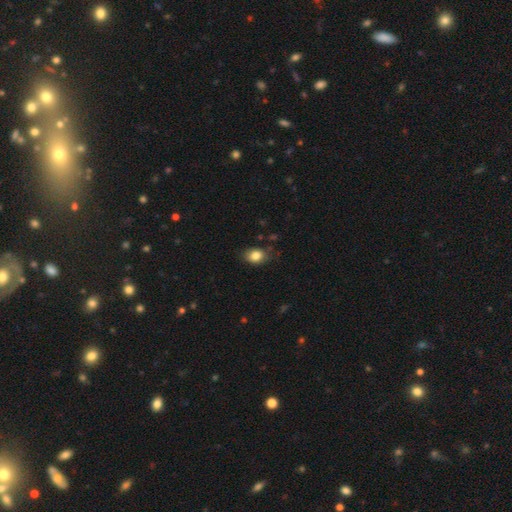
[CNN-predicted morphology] This appears to be a smooth galaxy with no disk features (84%) that is in between round and cigar-shaped (69%). Merging: none (77%).